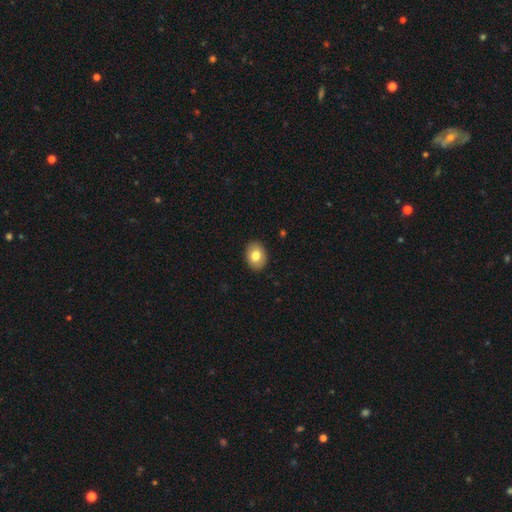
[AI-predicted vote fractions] Smooth or featured? smooth (80%)
How rounded? in between (66%)
Merging? none (90%)